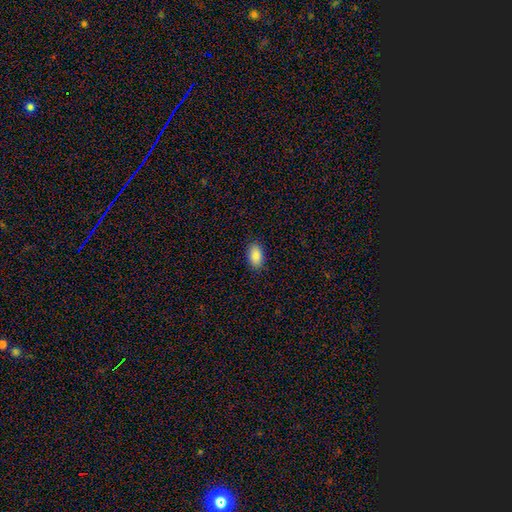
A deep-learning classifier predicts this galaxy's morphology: The model was most divided on "merging": none: 89%, minor disturbance: 8%, major disturbance: 2%, merger: 1%. More confident: how rounded — in between (93%); smooth or featured — smooth (89%).